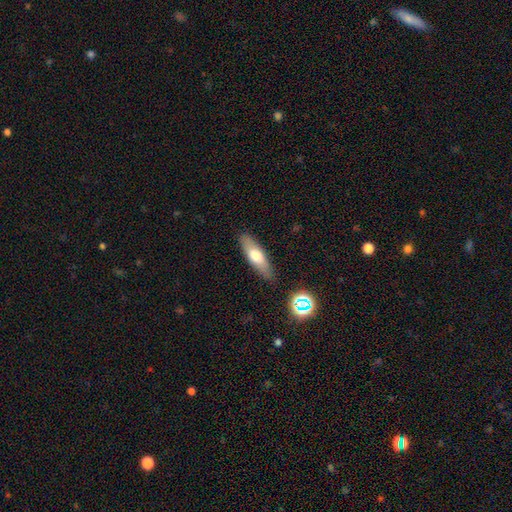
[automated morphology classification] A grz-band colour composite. It shows a smooth galaxy with no disk features (62%) that is cigar-shaped (54%). Merging: none (85%).